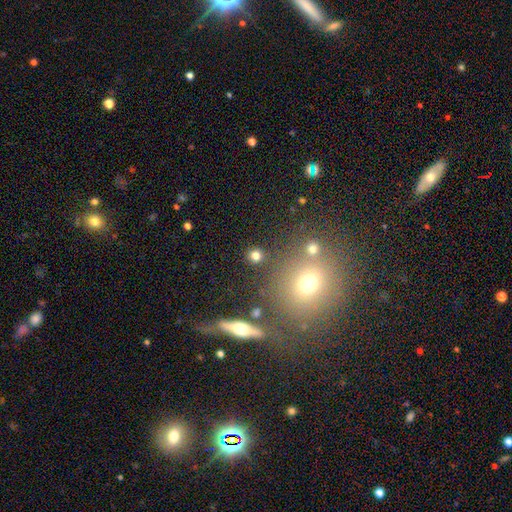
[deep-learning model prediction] A smooth galaxy with no disk features (78%) that is round (88%). Merging: none (86%).